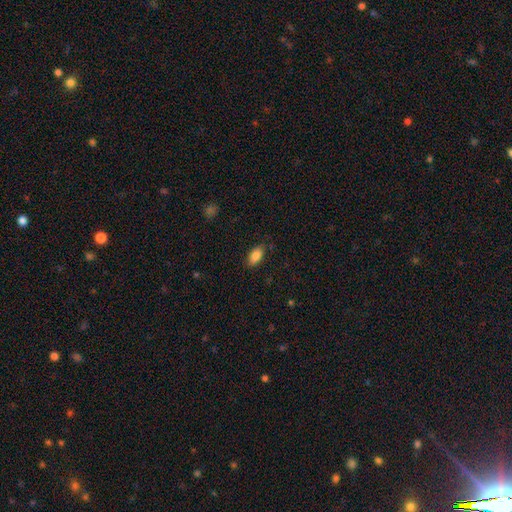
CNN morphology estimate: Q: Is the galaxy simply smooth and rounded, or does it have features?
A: smooth — 87%.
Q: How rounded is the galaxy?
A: in between — 91%.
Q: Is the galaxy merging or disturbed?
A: none — 84%.